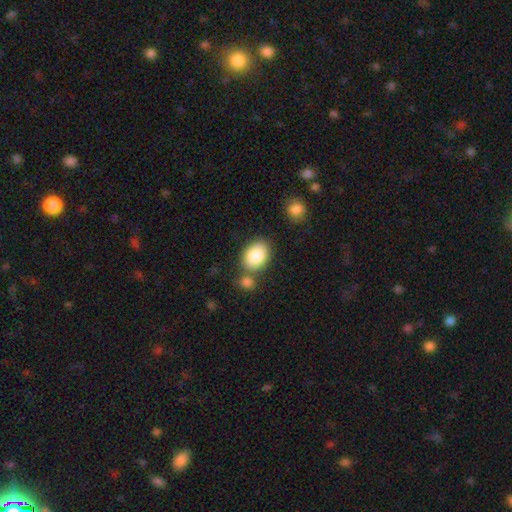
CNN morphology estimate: smooth-or-featured: smooth: 85% | featured or disk: 8% | star or artifact: 7%
  how-rounded: in between: 75% | round: 24% | cigar-shaped: 1%
  merging: none: 67% | merger: 17% | minor disturbance: 13% | major disturbance: 4%